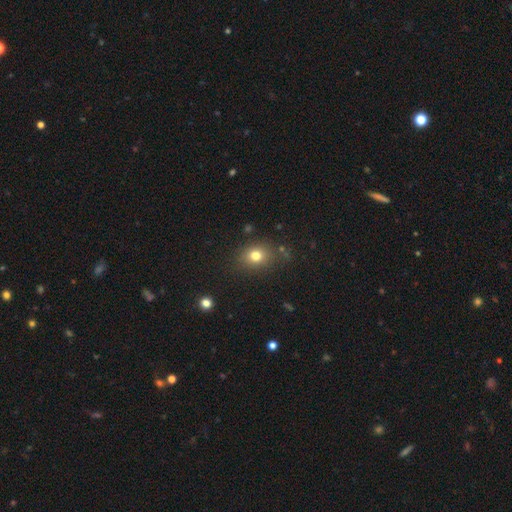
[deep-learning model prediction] Smooth or featured: smooth — 77% (star or artifact — 14%)
How rounded: round — 55% (in between — 44%)
Merging: none — 81% (minor disturbance — 12%)